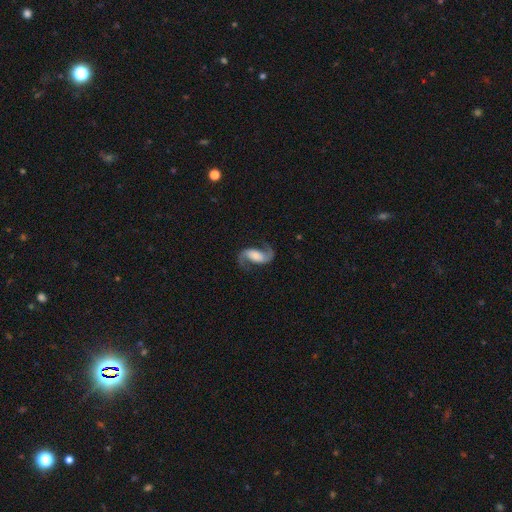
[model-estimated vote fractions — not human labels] Smooth or featured?
  - featured or disk: 88% *
  - smooth: 7%
  - star or artifact: 5%
Edge-on disk?
  - no: 97% *
  - yes: 3%
Bar?
  - weak: 36% *
  - no: 35%
  - strong: 30%
Spiral arms?
  - yes: 97% *
  - no: 3%
Spiral winding?
  - loose: 57% *
  - medium: 35%
  - tight: 7%
Spiral arm count?
  - 2: 94% *
  - 1: 2%
  - can't tell: 1%
  - 3: 1%
  - 4: 1%
  - more than 4: 1%
Bulge size?
  - moderate: 31% *
  - small: 27%
  - large: 21%
  - none: 17%
  - dominant: 5%
Merging?
  - none: 79% *
  - minor disturbance: 12%
  - major disturbance: 7%
  - merger: 1%